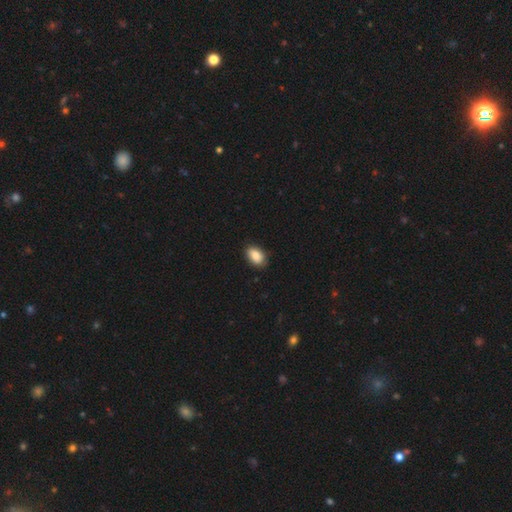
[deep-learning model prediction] The model was most divided on "merging": none: 85%, minor disturbance: 12%, major disturbance: 2%, merger: 1%. More confident: how rounded — in between (87%); smooth or featured — smooth (86%).